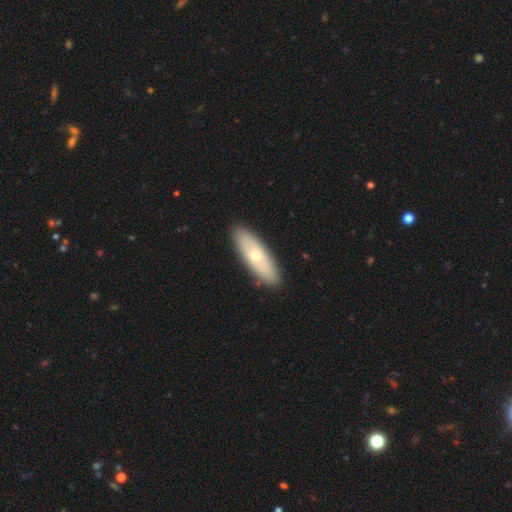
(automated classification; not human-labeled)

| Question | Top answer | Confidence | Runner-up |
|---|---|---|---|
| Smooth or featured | smooth | 56% | featured or disk (39%) |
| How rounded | in between | 54% | cigar-shaped (44%) |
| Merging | none | 89% | minor disturbance (8%) |